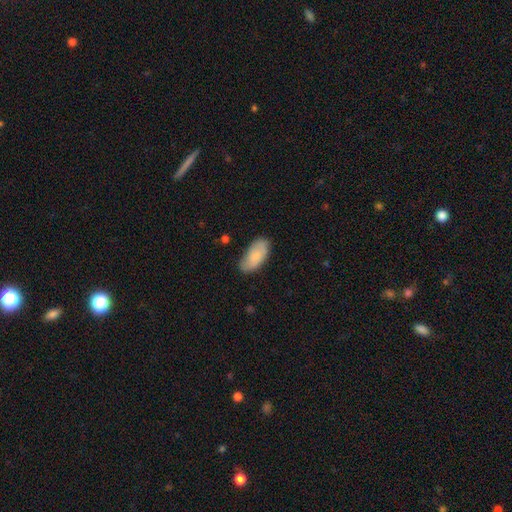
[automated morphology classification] Smooth or featured? Predicted: smooth (p=0.81). How rounded? Predicted: in between (p=0.92). Merging? Predicted: none (p=0.76).